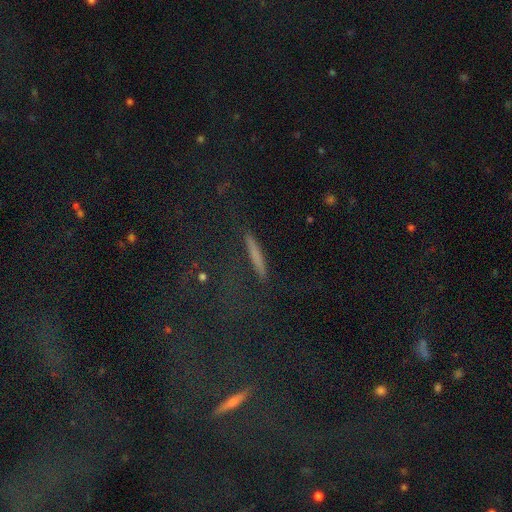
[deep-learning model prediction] smooth-or-featured: smooth: 51% | featured or disk: 26% | star or artifact: 24%
  how-rounded: cigar-shaped: 89% | in between: 6% | round: 5%
  merging: none: 86% | minor disturbance: 9% | major disturbance: 2% | merger: 2%